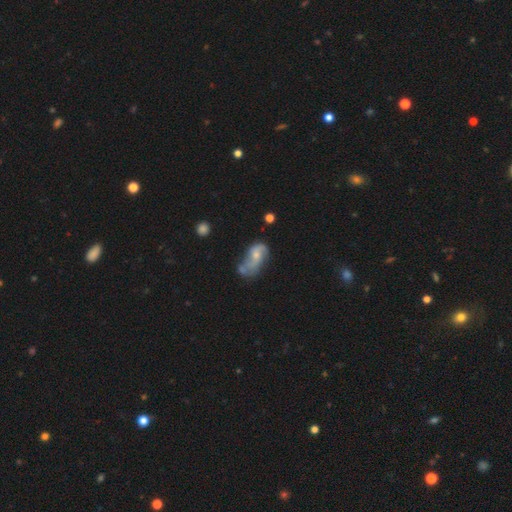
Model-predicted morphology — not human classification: type=featured or disk (62%); edge-on=no (96%); bar=no (65%); spiral arms=yes (78%); bulge=small (50%); merging=none (29%).